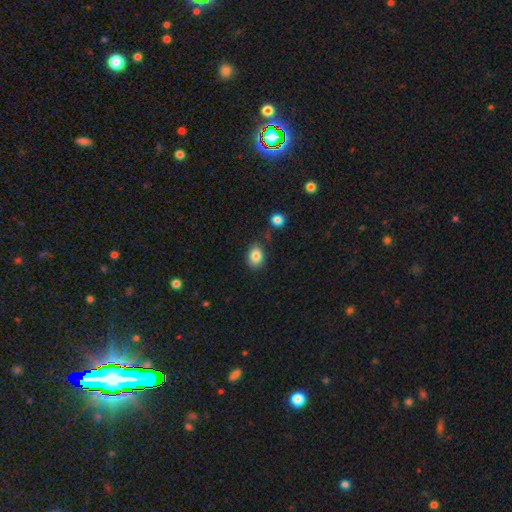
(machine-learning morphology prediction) Q: Smooth or featured?
A: smooth (84%); runner-up: star or artifact (9%)
Q: How rounded?
A: in between (62%); runner-up: round (37%)
Q: Merging?
A: none (78%); runner-up: minor disturbance (14%)